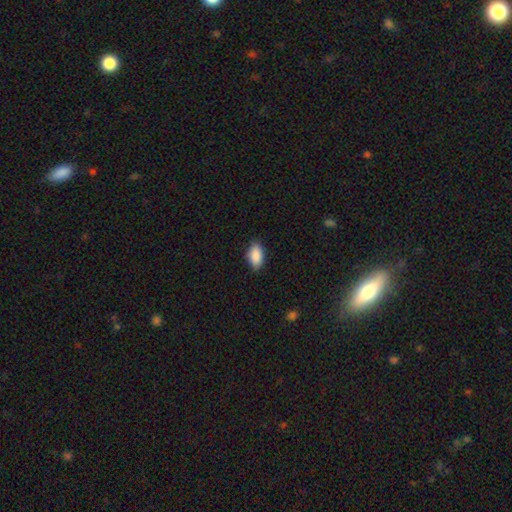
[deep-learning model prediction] Smooth or featured? Predicted: smooth (p=0.90). How rounded? Predicted: in between (p=0.93). Merging? Predicted: none (p=0.84).